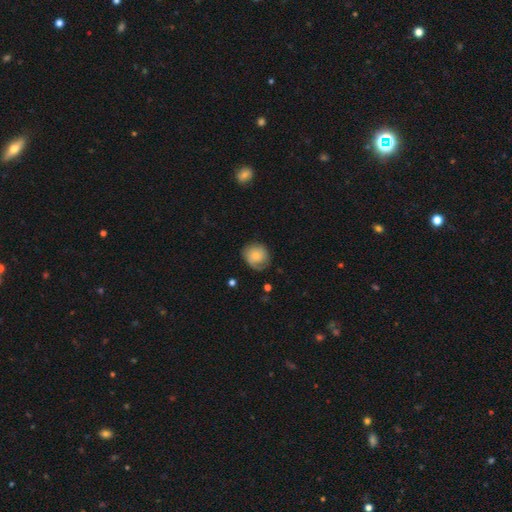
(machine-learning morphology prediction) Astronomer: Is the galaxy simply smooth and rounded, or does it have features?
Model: smooth — 63%.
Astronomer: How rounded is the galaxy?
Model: round — 76%.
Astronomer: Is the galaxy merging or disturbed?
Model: none — 63%.